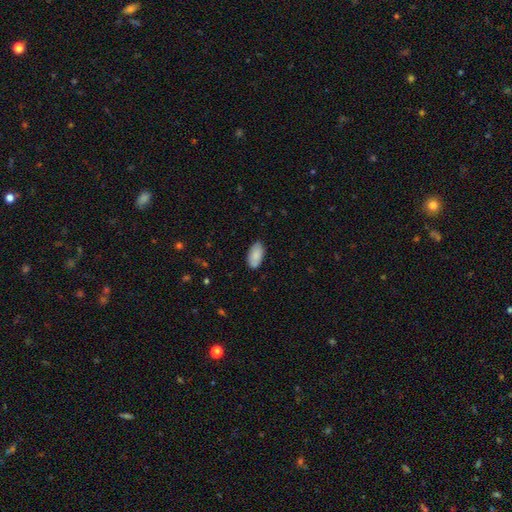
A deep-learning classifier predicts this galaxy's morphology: This appears to be a smooth galaxy with no disk features (86%) that is in between round and cigar-shaped (95%). Merging: none (83%).